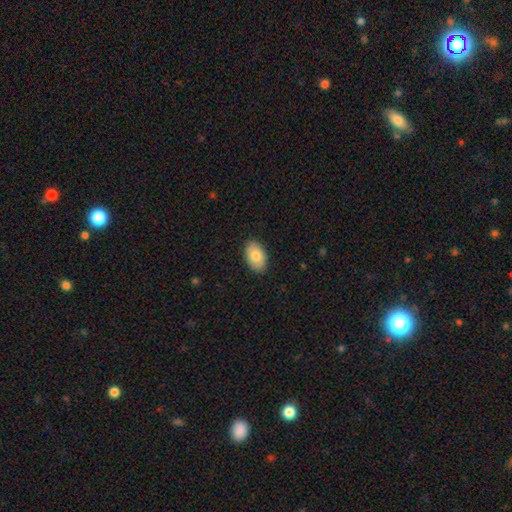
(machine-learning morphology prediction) Q: Smooth or featured?
A: smooth (81%); runner-up: featured or disk (12%)
Q: How rounded?
A: in between (91%); runner-up: round (8%)
Q: Merging?
A: none (88%); runner-up: minor disturbance (9%)